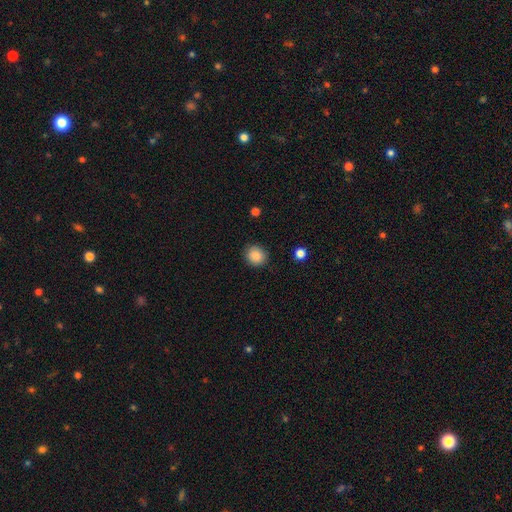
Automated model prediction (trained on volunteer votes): Q: Smooth or featured?
A: smooth (87%); runner-up: star or artifact (9%)
Q: How rounded?
A: round (78%); runner-up: in between (21%)
Q: Merging?
A: none (87%); runner-up: minor disturbance (9%)